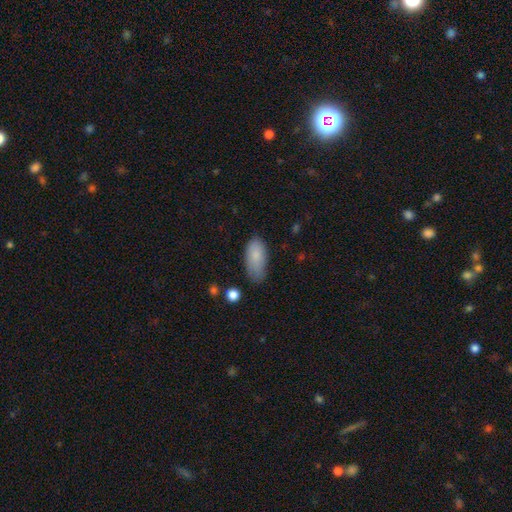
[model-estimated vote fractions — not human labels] The model was most divided on "merging": none: 60%, minor disturbance: 31%, major disturbance: 7%, merger: 2%. More confident: how rounded — in between (91%); smooth or featured — smooth (84%).